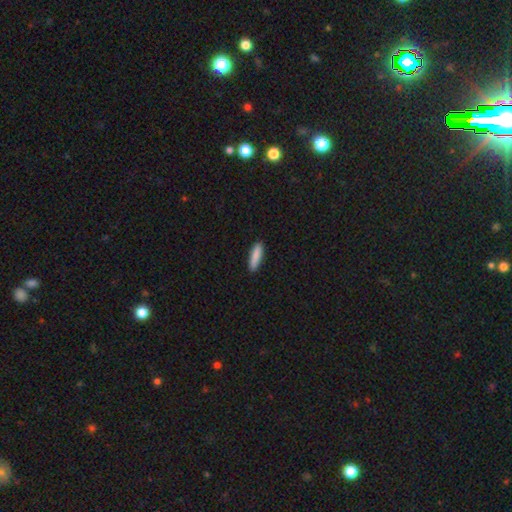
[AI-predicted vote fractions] Q: Smooth or featured?
A: smooth (88%); runner-up: featured or disk (6%)
Q: How rounded?
A: cigar-shaped (74%); runner-up: in between (24%)
Q: Merging?
A: none (89%); runner-up: minor disturbance (8%)